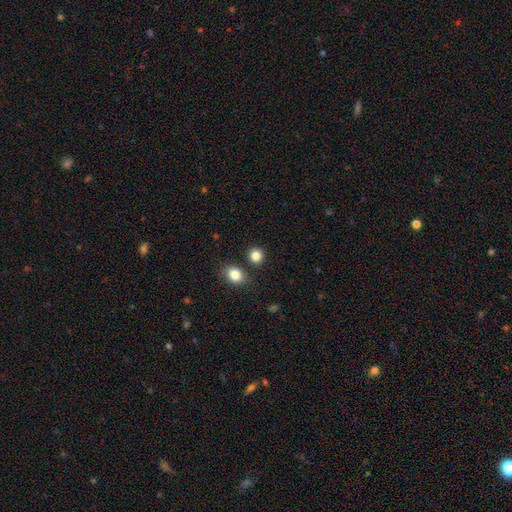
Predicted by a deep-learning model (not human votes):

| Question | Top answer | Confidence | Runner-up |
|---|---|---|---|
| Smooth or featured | smooth | 84% | star or artifact (11%) |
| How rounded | round | 81% | in between (18%) |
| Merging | none | 83% | merger (8%) |